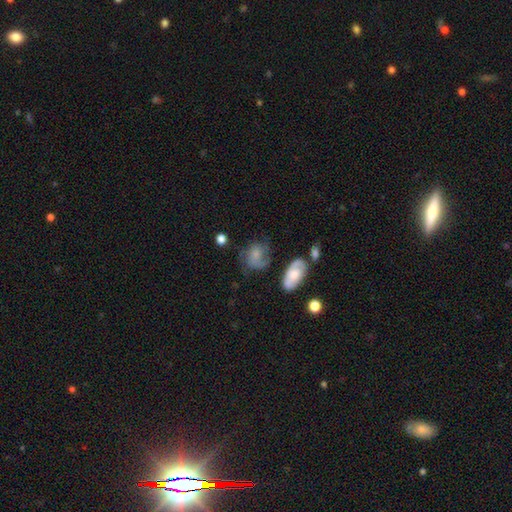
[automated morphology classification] Smooth or featured: featured or disk — 47% (smooth — 45%)
Merging: none — 45% (minor disturbance — 25%)